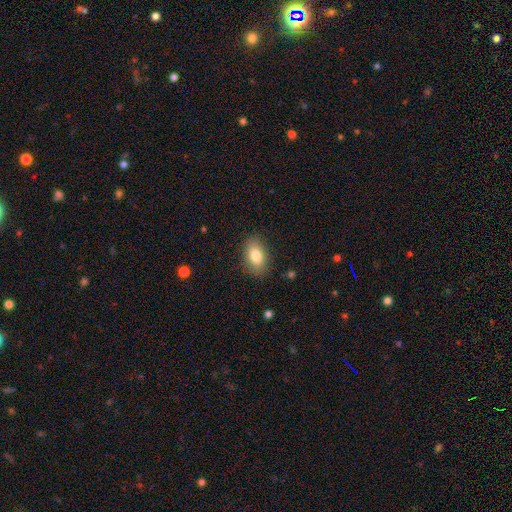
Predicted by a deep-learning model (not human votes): Overall: smooth (81%). How rounded: in between (88%). Merging: none (85%).